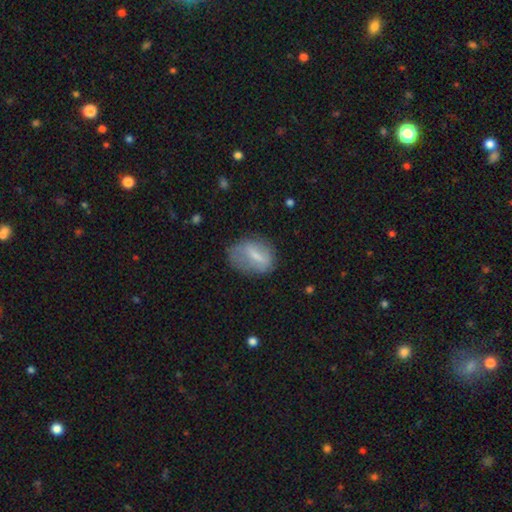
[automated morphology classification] Smooth or featured?
  - smooth: 56% *
  - featured or disk: 36%
  - star or artifact: 8%
How rounded?
  - in between: 71% *
  - round: 23%
  - cigar-shaped: 6%
Merging?
  - none: 61% *
  - minor disturbance: 24%
  - major disturbance: 13%
  - merger: 2%